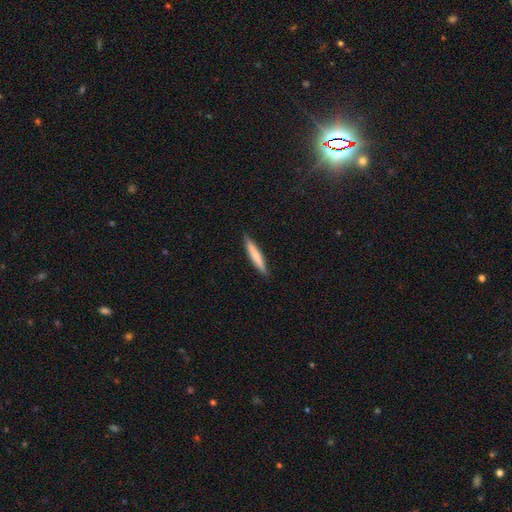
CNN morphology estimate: smooth_or_featured: smooth (p=0.74) [alt: featured or disk p=0.21]
how_rounded: cigar-shaped (p=0.93) [alt: in between p=0.05]
merging: none (p=0.90) [alt: minor disturbance p=0.07]